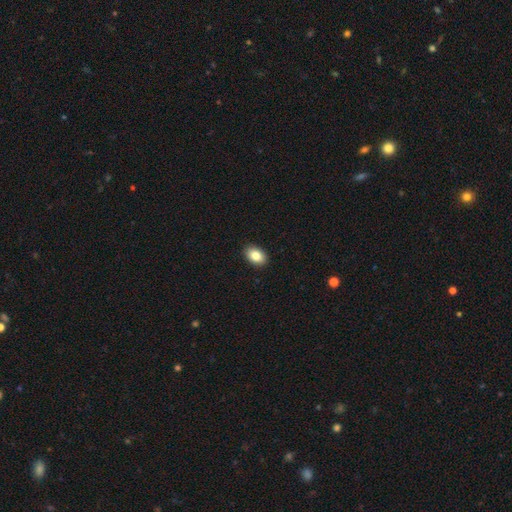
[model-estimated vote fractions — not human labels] A smooth galaxy with no disk features (85%) that is in between round and cigar-shaped (87%). Merging: none (90%).